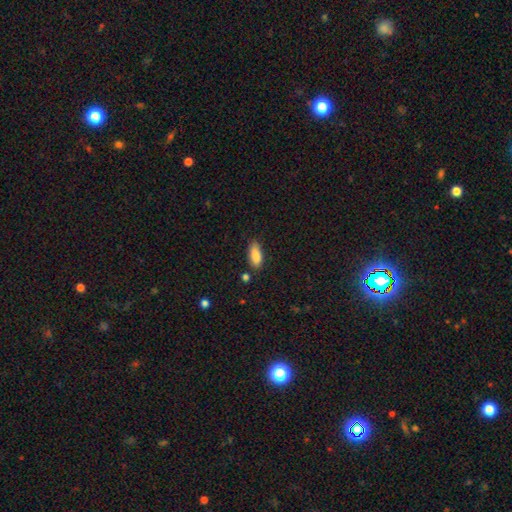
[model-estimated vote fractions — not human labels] A smooth galaxy with no disk features (87%) that is in between round and cigar-shaped (78%). Merging: none (79%).